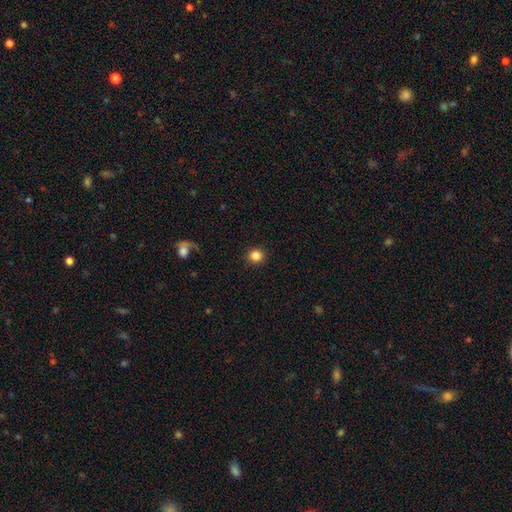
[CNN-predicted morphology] Smooth or featured?
  - smooth: 85% *
  - star or artifact: 10%
  - featured or disk: 5%
How rounded?
  - round: 91% *
  - in between: 8%
  - cigar-shaped: 1%
Merging?
  - none: 91% *
  - minor disturbance: 6%
  - major disturbance: 2%
  - merger: 1%